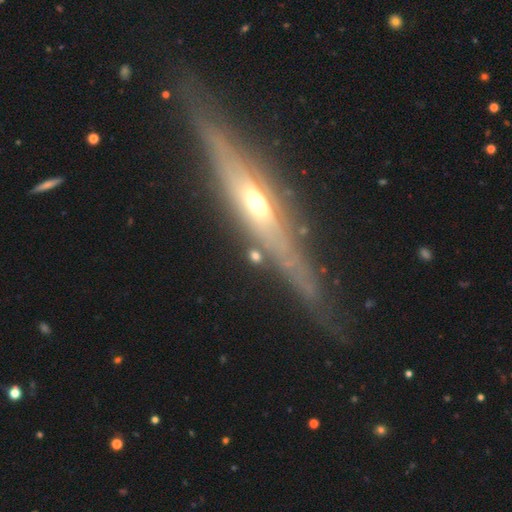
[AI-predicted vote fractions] smooth 49%, featured or disk 32%, star or artifact 19%. Down the decision tree: merging — none (75%).